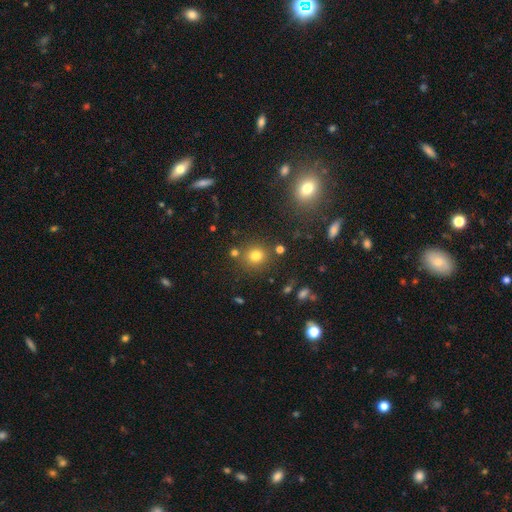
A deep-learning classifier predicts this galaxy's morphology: A smooth galaxy with no disk features (75%) that is round (88%).

Vote fractions:
- Smooth or featured? smooth: 75% / star or artifact: 18% / featured or disk: 7%
- How rounded? round: 88% / in between: 11% / cigar-shaped: 1%
- Merging? none: 81% / minor disturbance: 8% / merger: 7% / major disturbance: 3%